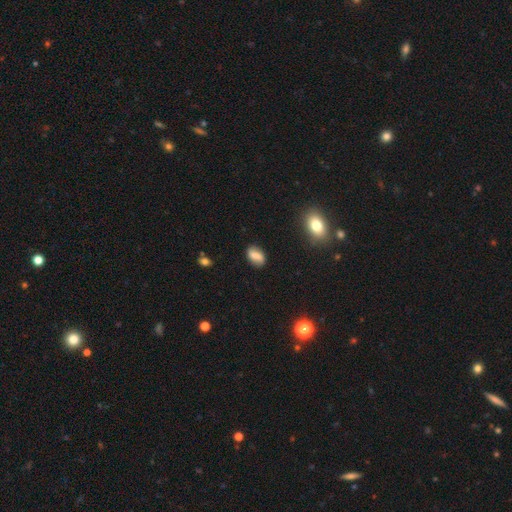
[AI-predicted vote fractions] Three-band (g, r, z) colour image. It shows a smooth galaxy with no disk features (72%) that is in between round and cigar-shaped (85%). Merging: none (80%).